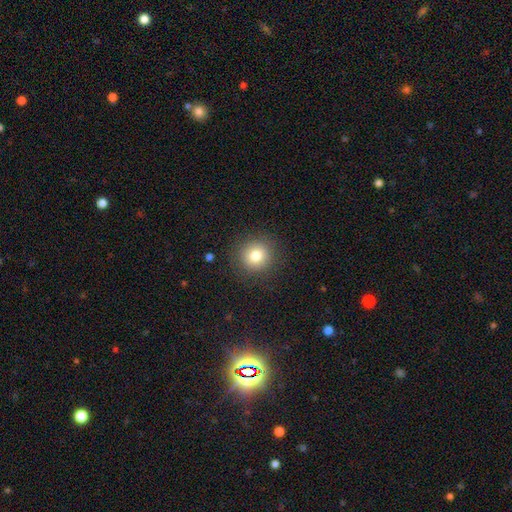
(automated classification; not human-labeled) Morphology: type=smooth (78%); roundness=round (93%); merging=none (89%).